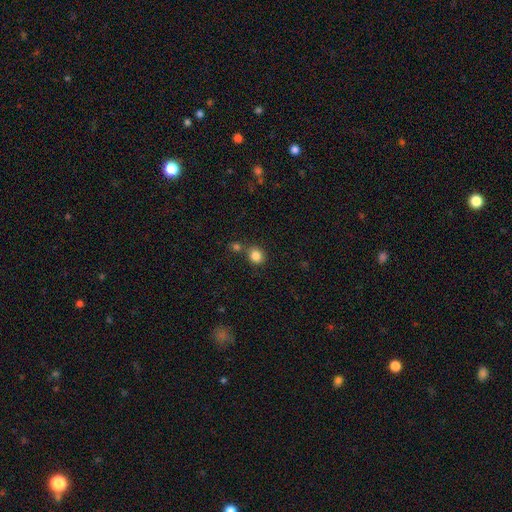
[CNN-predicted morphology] Overall: smooth (84%). How rounded: round (77%). Merging: none (66%).